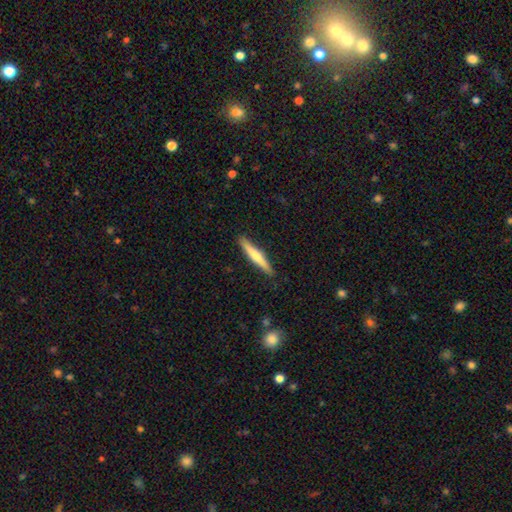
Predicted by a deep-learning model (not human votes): Smooth or featured? Predicted: smooth (p=0.54). How rounded? Predicted: cigar-shaped (p=0.93). Merging? Predicted: none (p=0.90).